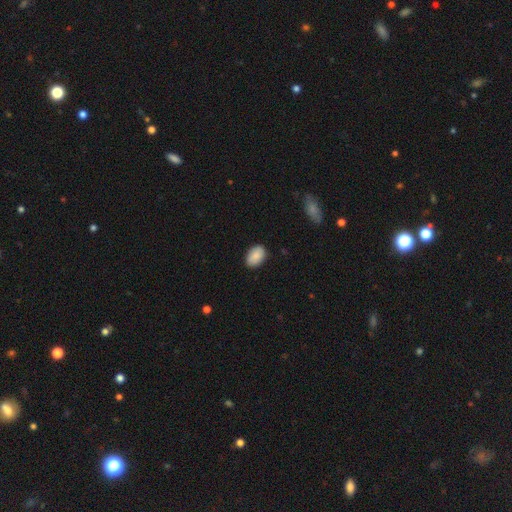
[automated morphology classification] Q: Smooth or featured?
A: smooth (89%); runner-up: star or artifact (6%)
Q: How rounded?
A: in between (89%); runner-up: round (10%)
Q: Merging?
A: none (87%); runner-up: minor disturbance (10%)